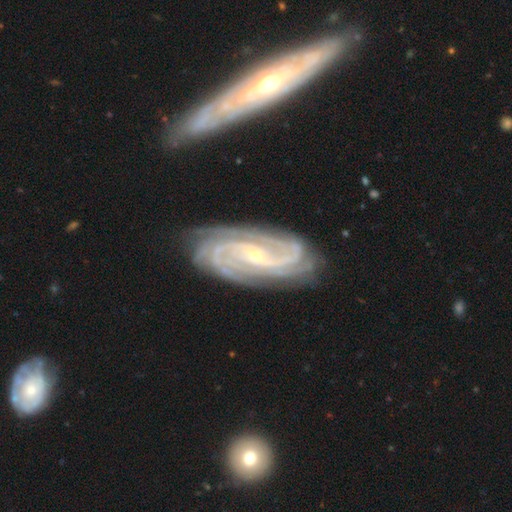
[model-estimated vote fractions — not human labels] This is clearly a featured or disk galaxy (90%). It is clearly not viewed edge-on (94%). Bar: marginally weak (39%, tied with no). Spiral arm pattern: clearly yes (98%). Spiral arm count: marginally 4 (22%, tied with 2 and 3). Spiral winding: possibly tight (56%). Central bulge: likely small (77%). Merging: likely none (76%).